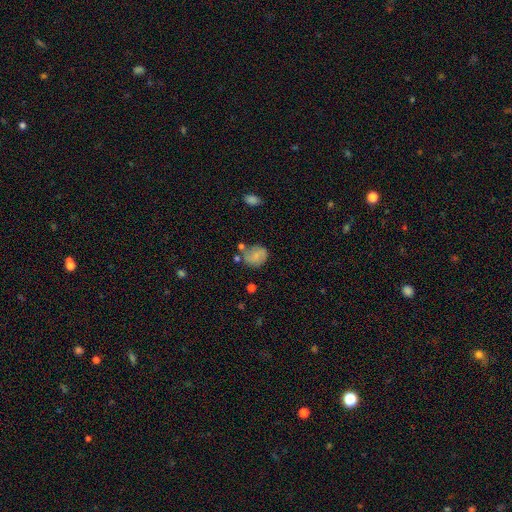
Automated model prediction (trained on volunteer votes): Overall: smooth (70%). How rounded: round (56%; in between 43%). Merging: none (53%; minor disturbance 25%).